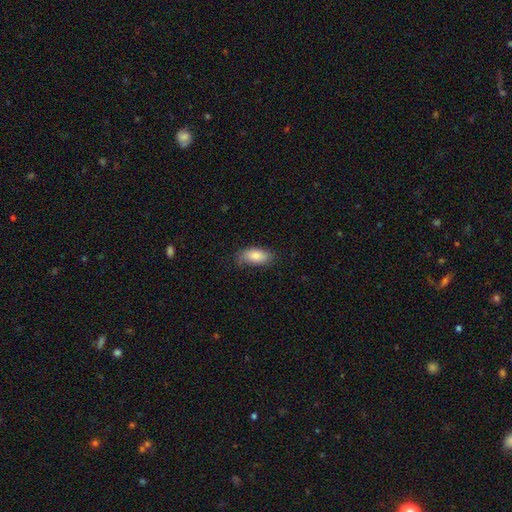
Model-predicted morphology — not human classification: Smooth or featured: smooth — 84% (featured or disk — 9%)
How rounded: in between — 89% (cigar-shaped — 8%)
Merging: none — 74% (minor disturbance — 21%)